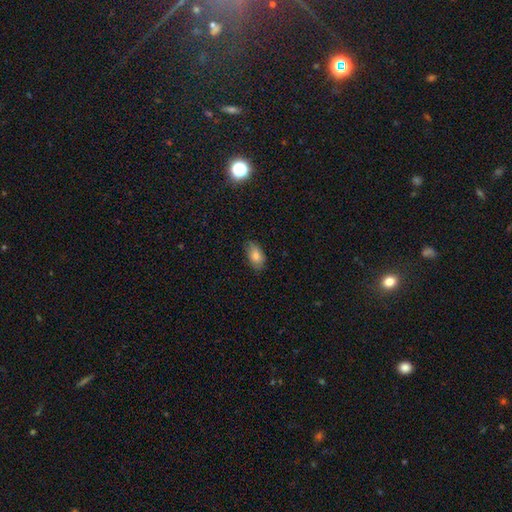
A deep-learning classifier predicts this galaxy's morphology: A smooth galaxy with no disk features (80%) that is in between round and cigar-shaped (91%). Merging: none (75%).